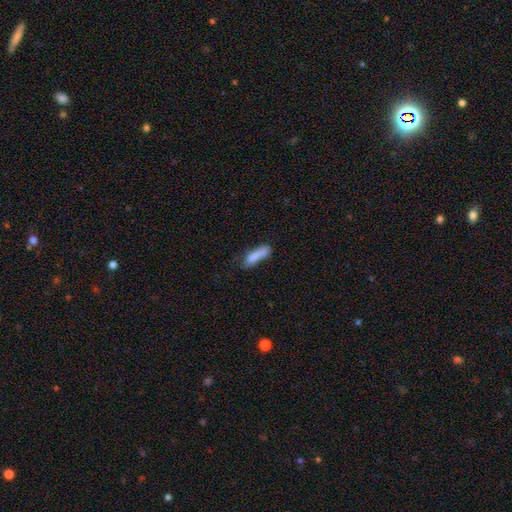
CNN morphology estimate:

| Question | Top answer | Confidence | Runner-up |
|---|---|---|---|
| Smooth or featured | smooth | 81% | featured or disk (11%) |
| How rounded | cigar-shaped | 67% | in between (31%) |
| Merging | none | 51% | minor disturbance (30%) |